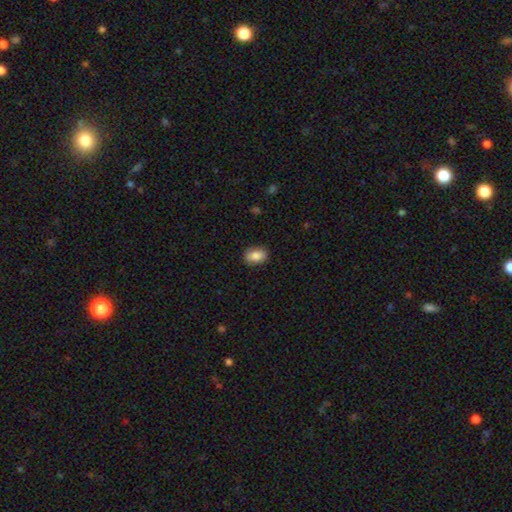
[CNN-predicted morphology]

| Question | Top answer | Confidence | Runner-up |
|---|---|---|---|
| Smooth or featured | smooth | 85% | star or artifact (8%) |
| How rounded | in between | 81% | round (18%) |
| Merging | none | 86% | minor disturbance (10%) |